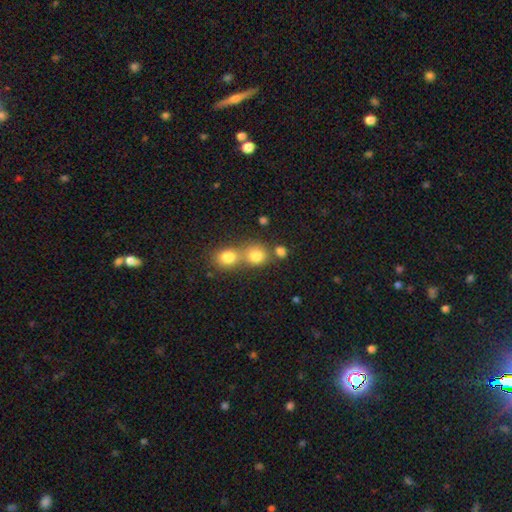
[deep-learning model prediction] Overall: smooth (80%). How rounded: round (78%). Merging: merger (50%; none 41%).